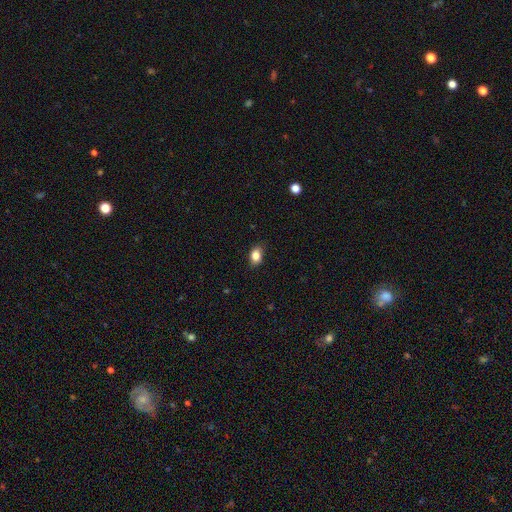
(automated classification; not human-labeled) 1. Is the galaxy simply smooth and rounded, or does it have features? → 84% smooth, 9% star or artifact, 7% featured or disk.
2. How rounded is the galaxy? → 79% in between, 19% round, 2% cigar-shaped.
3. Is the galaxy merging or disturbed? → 83% none, 13% minor disturbance, 2% major disturbance, 1% merger.